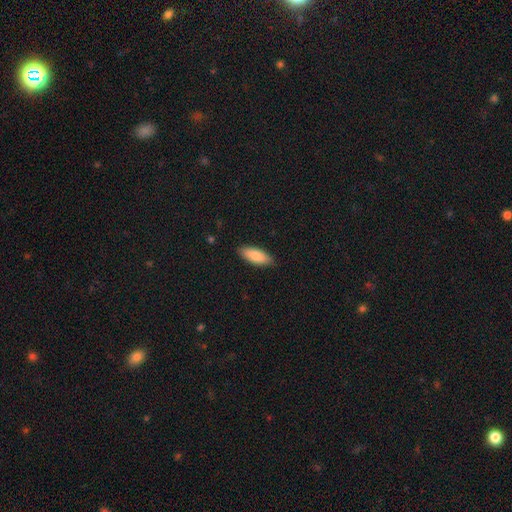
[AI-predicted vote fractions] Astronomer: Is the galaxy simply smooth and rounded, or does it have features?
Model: smooth — 84%.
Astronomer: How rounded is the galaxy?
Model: in between — 78%.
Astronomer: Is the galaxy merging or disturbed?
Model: none — 86%.